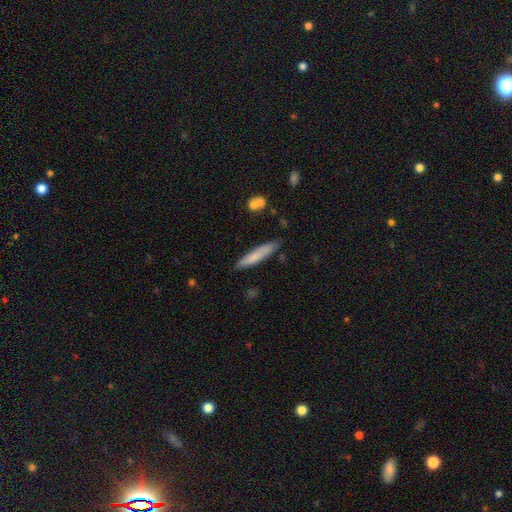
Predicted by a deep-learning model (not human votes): Morphology: type=smooth (75%); roundness=cigar-shaped (91%); merging=none (83%).